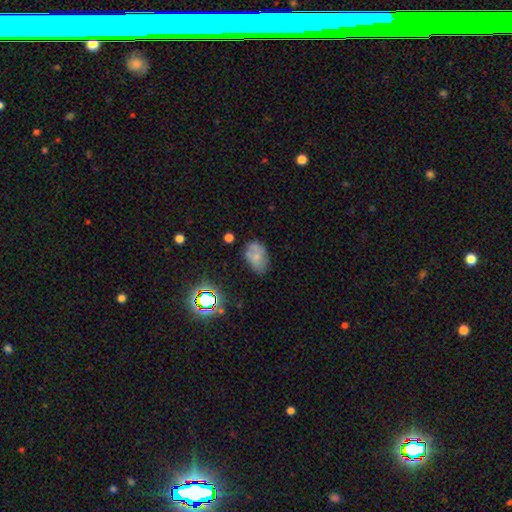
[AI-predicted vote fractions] Overall: smooth (58%; featured or disk 27%). How rounded: in between (85%). Merging: none (52%; minor disturbance 27%).